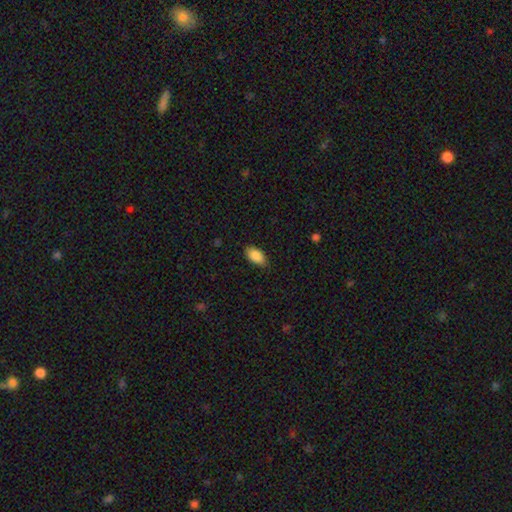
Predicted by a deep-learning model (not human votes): A smooth galaxy with no disk features (89%) that is in between round and cigar-shaped (93%).

Vote fractions:
- Smooth or featured? smooth: 89% / star or artifact: 7% / featured or disk: 5%
- How rounded? in between: 93% / round: 4% / cigar-shaped: 3%
- Merging? none: 82% / minor disturbance: 15% / major disturbance: 3% / merger: 1%